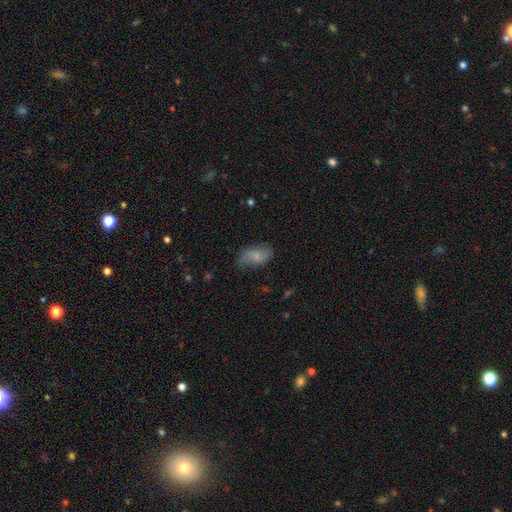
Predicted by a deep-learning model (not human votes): Overall: smooth (70%). How rounded: in between (92%). Merging: none (70%).